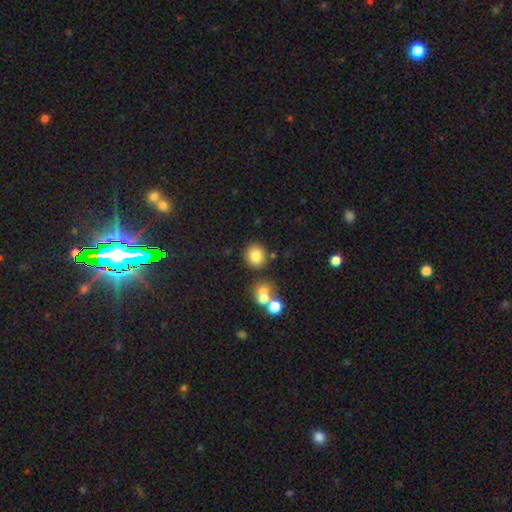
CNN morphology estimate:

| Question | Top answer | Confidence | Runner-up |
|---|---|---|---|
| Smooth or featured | smooth | 80% | star or artifact (12%) |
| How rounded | round | 81% | in between (18%) |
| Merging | none | 78% | minor disturbance (10%) |